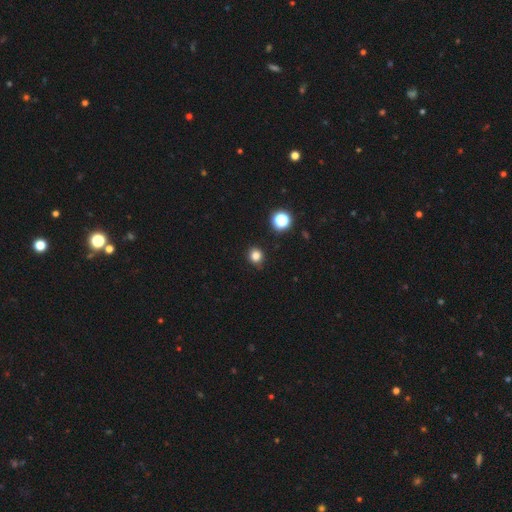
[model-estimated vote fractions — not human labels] smooth_or_featured: smooth (p=0.81) [alt: star or artifact p=0.15]
how_rounded: round (p=0.85) [alt: in between p=0.14]
merging: none (p=0.88) [alt: minor disturbance p=0.08]